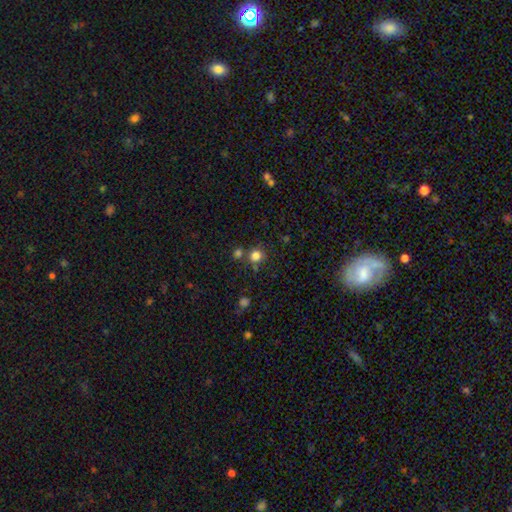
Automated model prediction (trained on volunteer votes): smooth_or_featured: smooth (p=0.80) [alt: star or artifact p=0.14]
how_rounded: round (p=0.90) [alt: in between p=0.09]
merging: none (p=0.72) [alt: merger p=0.15]